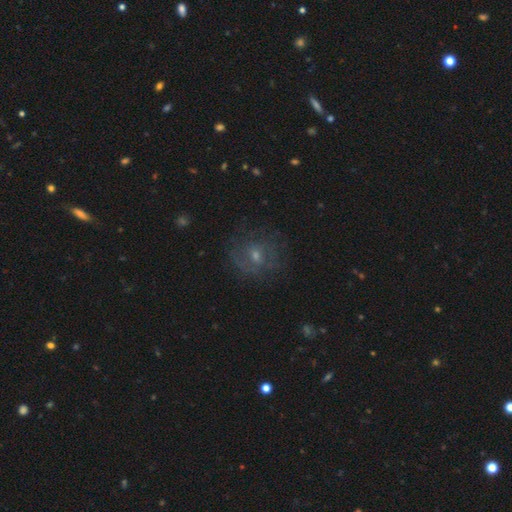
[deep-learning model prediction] This appears to be a featured or disk galaxy (53%) with no bar (57%), spiral arms (66%) and a moderate central bulge (47%). Merging: none (68%).